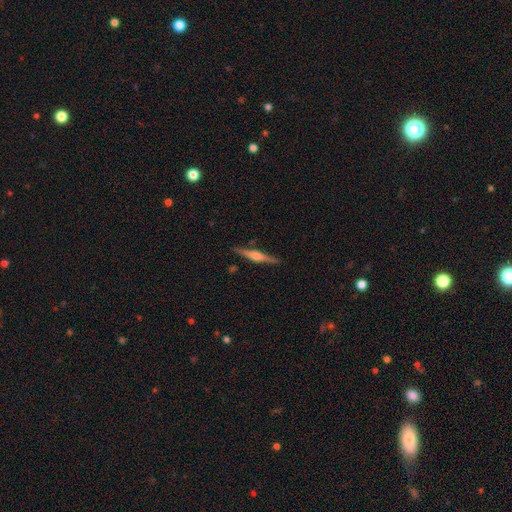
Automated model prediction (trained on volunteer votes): Smooth or featured?
  - featured or disk: 75% *
  - smooth: 20%
  - star or artifact: 6%
Edge-on disk?
  - yes: 98% *
  - no: 2%
Edge-on bulge?
  - rounded: 85% *
  - boxy: 11%
  - none: 4%
Merging?
  - none: 91% *
  - minor disturbance: 7%
  - major disturbance: 1%
  - merger: 1%